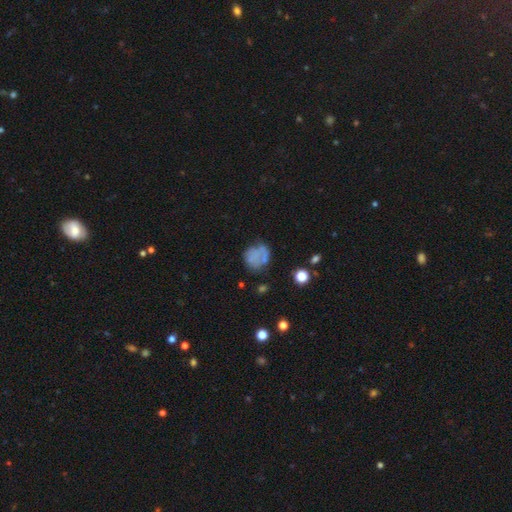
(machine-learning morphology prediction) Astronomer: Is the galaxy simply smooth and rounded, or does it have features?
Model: smooth — 56%.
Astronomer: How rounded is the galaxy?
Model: round — 74%.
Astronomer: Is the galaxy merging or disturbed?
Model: none — 49% (runner-up: minor disturbance, 25%).